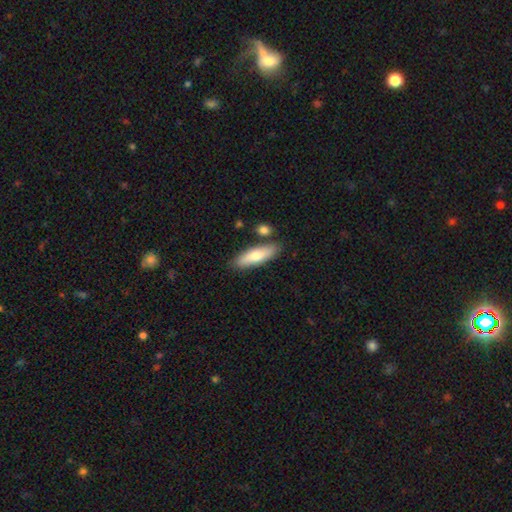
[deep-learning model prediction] This appears to be a smooth galaxy with no disk features (72%) that is cigar-shaped (55%). Merging: none (80%).